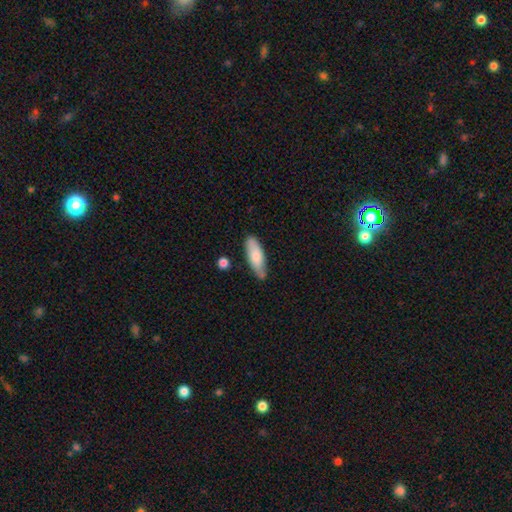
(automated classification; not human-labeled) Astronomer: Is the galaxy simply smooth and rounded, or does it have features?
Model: smooth — 78%.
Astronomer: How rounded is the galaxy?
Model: in between — 57% (runner-up: cigar-shaped, 41%).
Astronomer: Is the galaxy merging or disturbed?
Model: none — 70%.